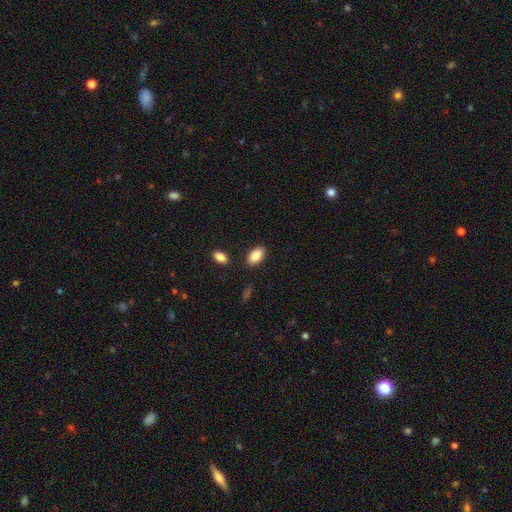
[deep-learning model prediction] smooth 89%, star or artifact 7%, featured or disk 4%. Down the decision tree: how rounded — in between (93%); merging — none (86%).